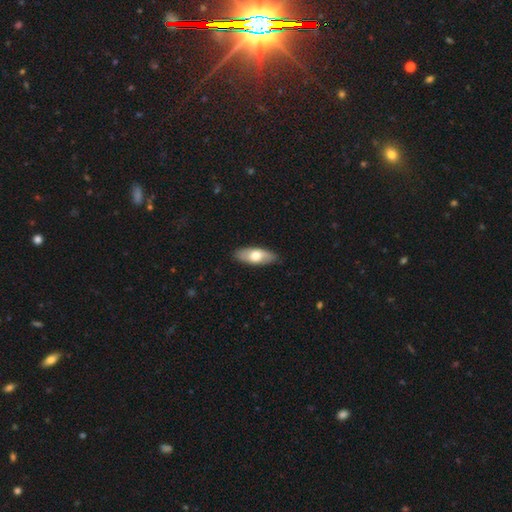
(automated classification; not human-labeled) A smooth galaxy with no disk features (64%) that is in between round and cigar-shaped (81%).

Vote fractions:
- Smooth or featured? smooth: 64% / featured or disk: 31% / star or artifact: 5%
- How rounded? in between: 81% / cigar-shaped: 16% / round: 3%
- Merging? none: 88% / minor disturbance: 10% / major disturbance: 2% / merger: 1%